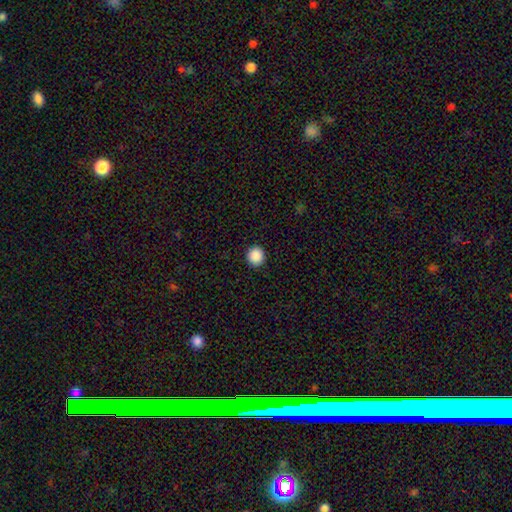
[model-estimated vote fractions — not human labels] Smooth or featured? smooth (89%)
How rounded? round (90%)
Merging? none (92%)